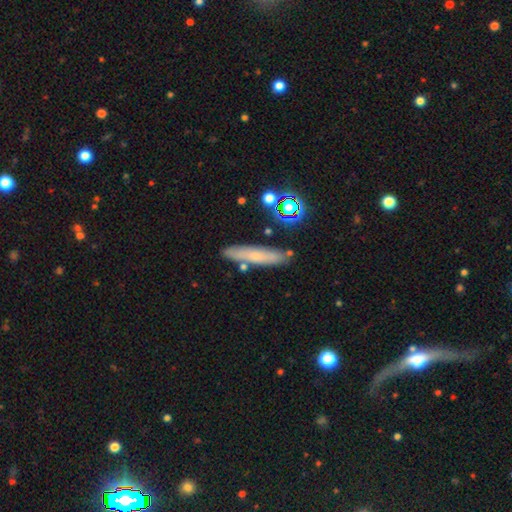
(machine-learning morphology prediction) smooth_or_featured: smooth (p=0.57) [alt: featured or disk p=0.31]
how_rounded: cigar-shaped (p=0.84) [alt: in between p=0.13]
merging: none (p=0.80) [alt: minor disturbance p=0.12]